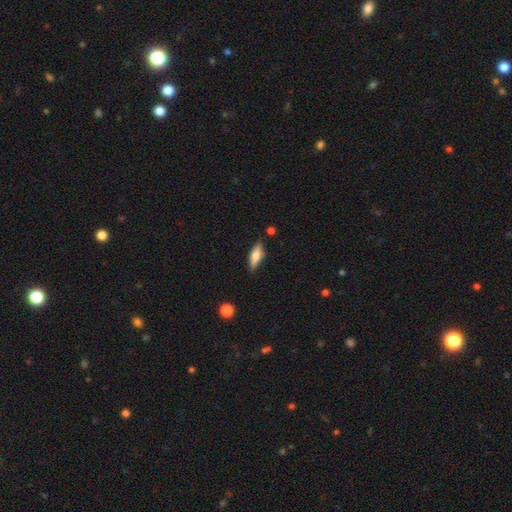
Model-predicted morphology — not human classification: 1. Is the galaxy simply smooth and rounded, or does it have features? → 59% smooth, 34% featured or disk, 7% star or artifact.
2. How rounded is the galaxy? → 54% in between, 44% cigar-shaped, 3% round.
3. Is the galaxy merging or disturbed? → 83% none, 12% minor disturbance, 3% major disturbance, 2% merger.